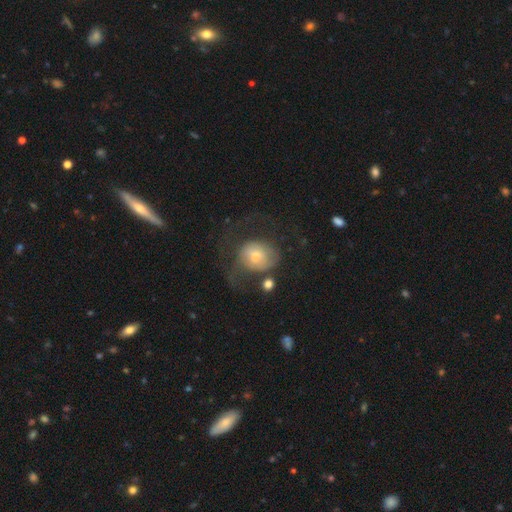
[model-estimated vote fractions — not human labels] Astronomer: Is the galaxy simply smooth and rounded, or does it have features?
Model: smooth — 49% (runner-up: featured or disk, 41%).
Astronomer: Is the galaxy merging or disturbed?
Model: major disturbance — 41% (runner-up: none, 36%).